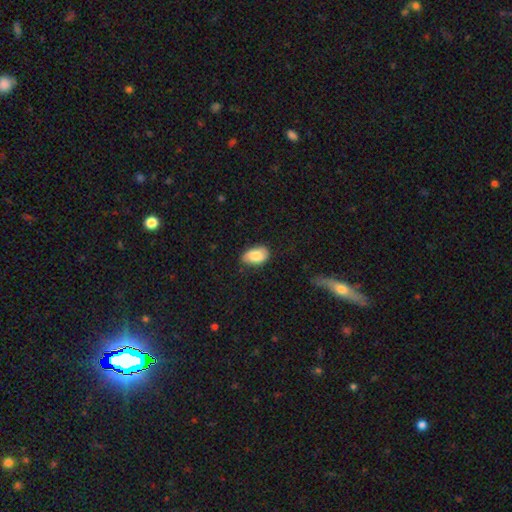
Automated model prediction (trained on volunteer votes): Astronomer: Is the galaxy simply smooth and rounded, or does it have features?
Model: smooth — 82%.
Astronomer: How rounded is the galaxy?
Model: in between — 91%.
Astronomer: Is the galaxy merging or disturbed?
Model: none — 73%.